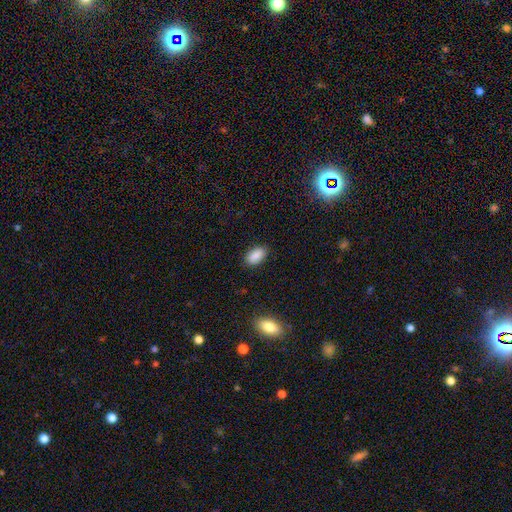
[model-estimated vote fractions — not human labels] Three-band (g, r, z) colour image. It shows a smooth galaxy with no disk features (89%) that is in between round and cigar-shaped (93%). Merging: none (85%).